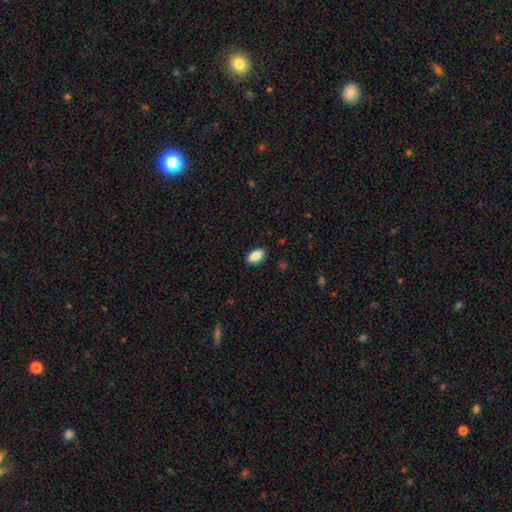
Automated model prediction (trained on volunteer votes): Smooth or featured?
  - smooth: 87% *
  - star or artifact: 7%
  - featured or disk: 6%
How rounded?
  - in between: 93% *
  - round: 4%
  - cigar-shaped: 3%
Merging?
  - none: 89% *
  - minor disturbance: 8%
  - major disturbance: 2%
  - merger: 1%